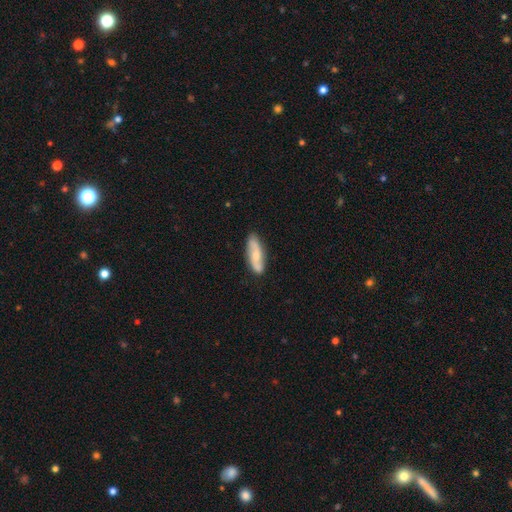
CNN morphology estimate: featured or disk 53%, smooth 41%, star or artifact 6%. Down the decision tree: edge-on disk — no (83%); merging — none (82%).